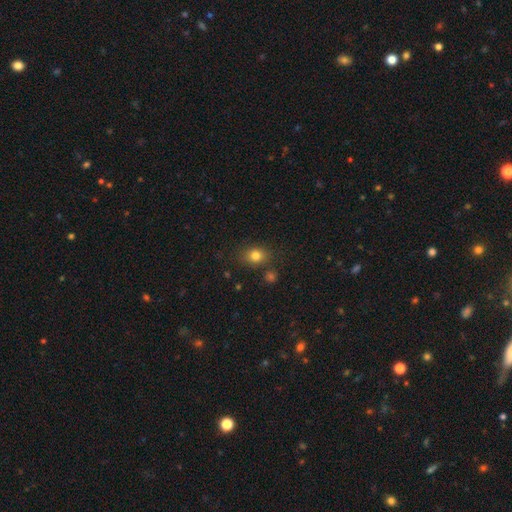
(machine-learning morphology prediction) Smooth or featured? Predicted: smooth (p=0.80). How rounded? Predicted: round (p=0.58). Merging? Predicted: none (p=0.80).